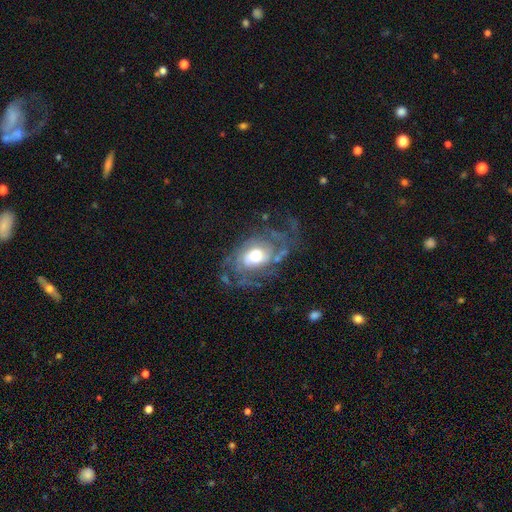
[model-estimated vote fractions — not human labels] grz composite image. It shows a featured or disk galaxy (81%) with no bar (65%), tight (47%) spiral arms (89%) and a moderate central bulge (53%). Merging: none (53%).